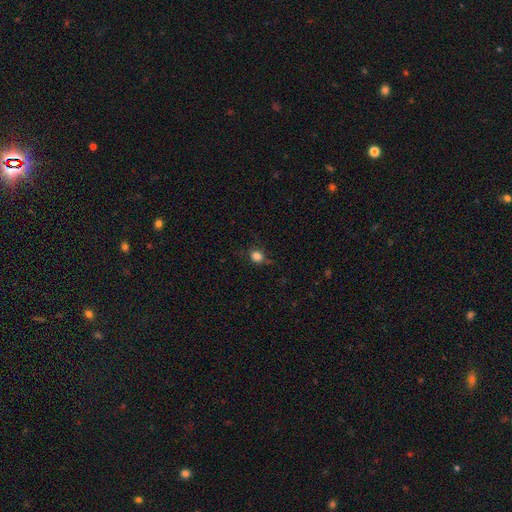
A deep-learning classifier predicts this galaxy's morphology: The model was most divided on "how rounded": round: 74%, in between: 24%, cigar-shaped: 1%. More confident: smooth or featured — smooth (83%); merging — none (72%).